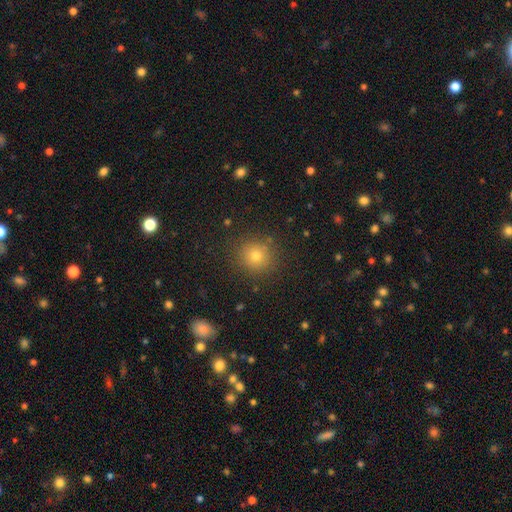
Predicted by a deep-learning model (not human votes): smooth_or_featured: smooth (p=0.74) [alt: star or artifact p=0.18]
how_rounded: round (p=0.91) [alt: in between p=0.08]
merging: none (p=0.89) [alt: minor disturbance p=0.07]